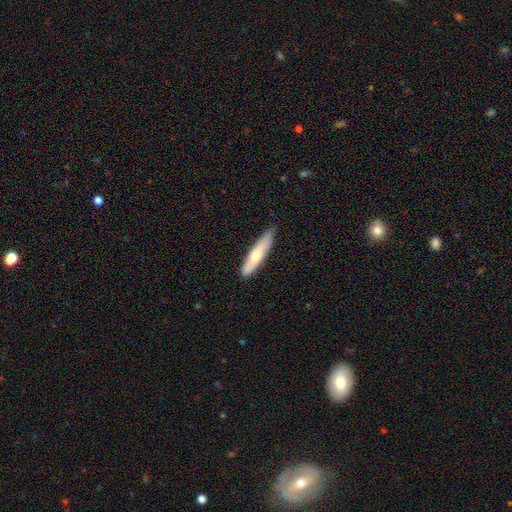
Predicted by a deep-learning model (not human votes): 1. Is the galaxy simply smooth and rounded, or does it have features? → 61% smooth, 34% featured or disk, 5% star or artifact.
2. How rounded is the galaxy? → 80% cigar-shaped, 18% in between, 2% round.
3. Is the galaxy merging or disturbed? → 75% none, 20% minor disturbance, 3% major disturbance, 1% merger.